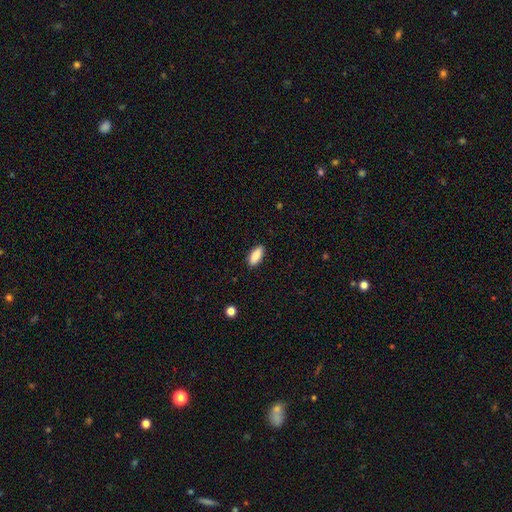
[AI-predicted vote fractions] A smooth galaxy with no disk features (86%) that is in between round and cigar-shaped (81%).

Vote fractions:
- Smooth or featured? smooth: 86% / featured or disk: 8% / star or artifact: 6%
- How rounded? in between: 81% / cigar-shaped: 17% / round: 2%
- Merging? none: 89% / minor disturbance: 8% / major disturbance: 2% / merger: 1%